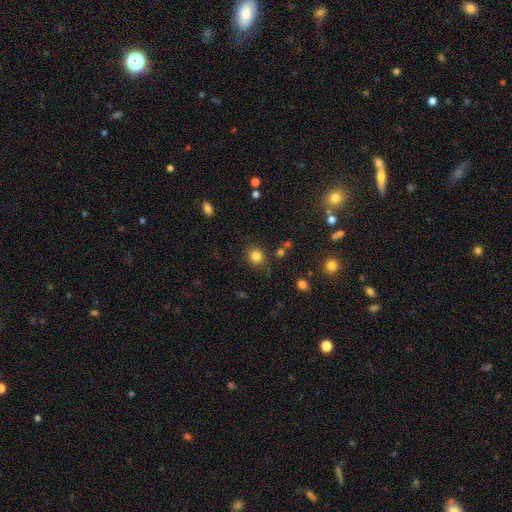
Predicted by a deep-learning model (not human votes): Smooth or featured? smooth (83%)
How rounded? round (80%)
Merging? none (82%)